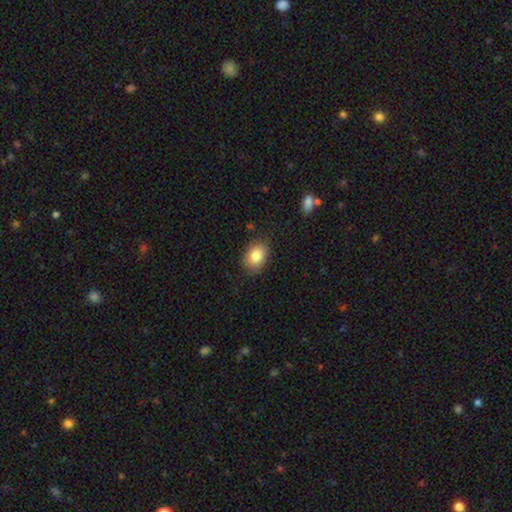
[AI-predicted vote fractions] Smooth or featured? Predicted: smooth (p=0.83). How rounded? Predicted: in between (p=0.73). Merging? Predicted: none (p=0.81).